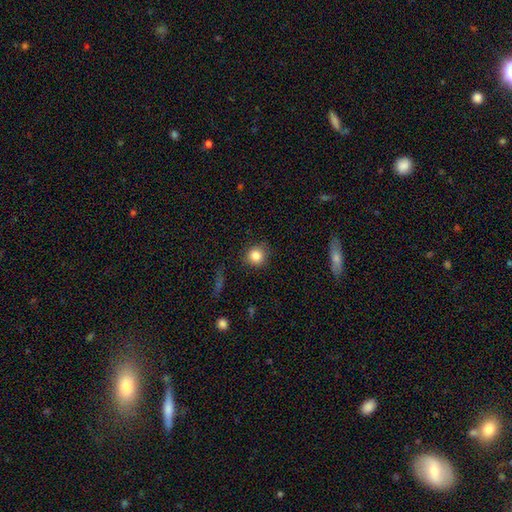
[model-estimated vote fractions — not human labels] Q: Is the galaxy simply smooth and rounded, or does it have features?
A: smooth — 84%.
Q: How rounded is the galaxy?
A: round — 89%.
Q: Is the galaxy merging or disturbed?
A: none — 86%.